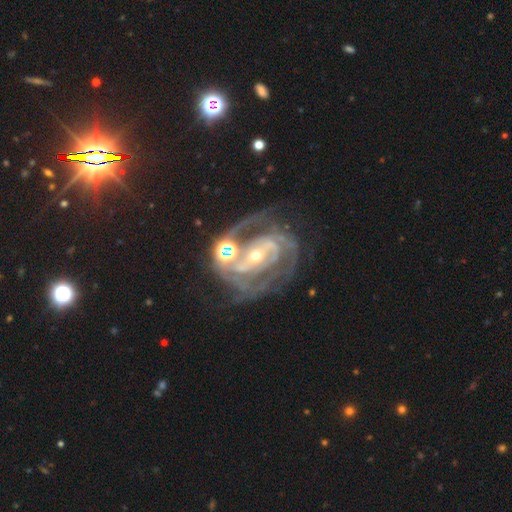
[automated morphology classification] Smooth or featured: featured or disk — 89% (star or artifact — 7%)
Edge-on disk: no — 97% (yes — 3%)
Bar: strong — 34% (tied with weak — 34%)
Spiral arms: yes — 95% (no — 5%)
Spiral winding: tight — 55% (medium — 36%)
Spiral arm count: 2 — 51% (can't tell — 19%)
Bulge size: small — 58% (moderate — 38%)
Merging: none — 41% (merger — 25%)